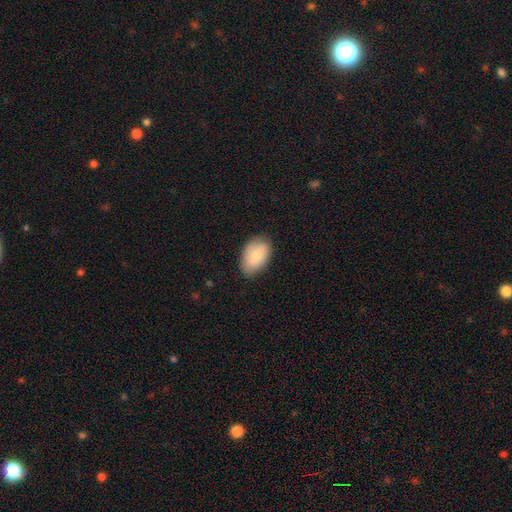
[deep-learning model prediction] Morphology: type=smooth (85%); roundness=in between (92%); merging=none (80%).